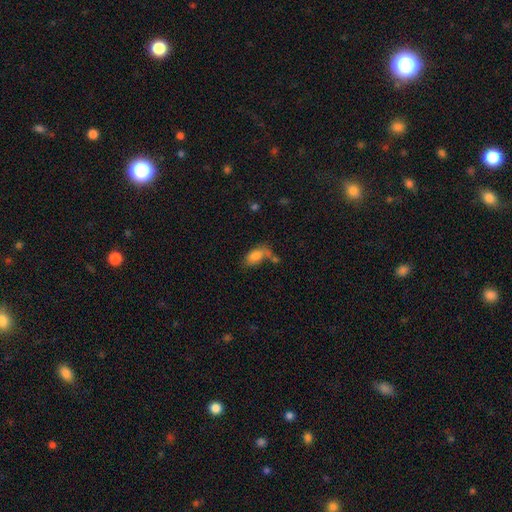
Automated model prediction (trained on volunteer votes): This appears to be a smooth galaxy with no disk features (82%) that is in between round and cigar-shaped (91%). Merging: none (43%).